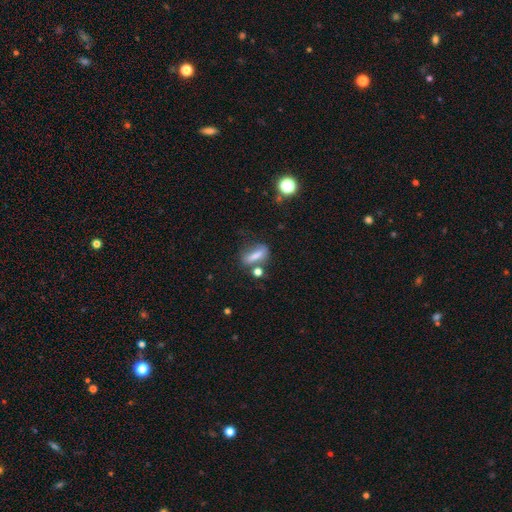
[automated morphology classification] Smooth or featured? Predicted: smooth (p=0.65). How rounded? Predicted: in between (p=0.51). Merging? Predicted: none (p=0.48).